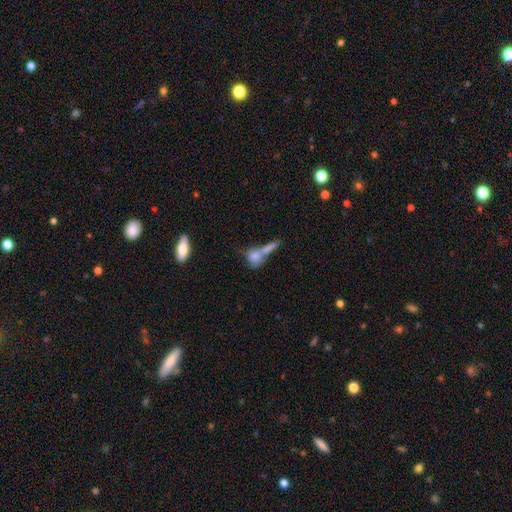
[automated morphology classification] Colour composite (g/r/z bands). It shows a smooth galaxy with no disk features (69%) that is round (44%). Merging: merger (44%).